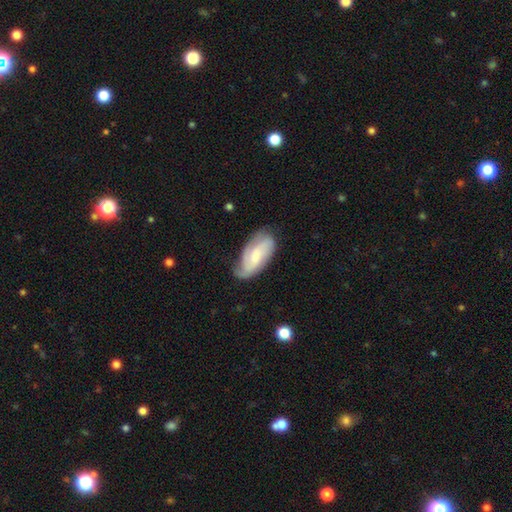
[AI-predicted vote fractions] This is likely a featured or disk galaxy (62%). It is clearly not viewed edge-on (94%). Bar: possibly no (54%). Spiral arm pattern: clearly yes (93%). Spiral arm count: marginally 2 (40%). Spiral winding: marginally tight (42%). Central bulge: marginally small (35%). Merging: likely none (64%).